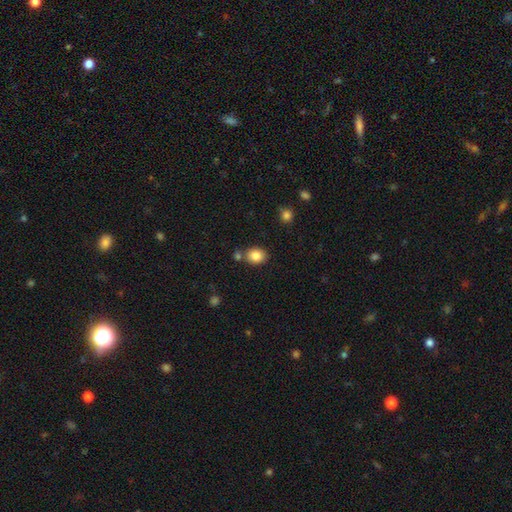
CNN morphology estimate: A smooth galaxy with no disk features (84%) that is round (55%). Merging: none (73%).